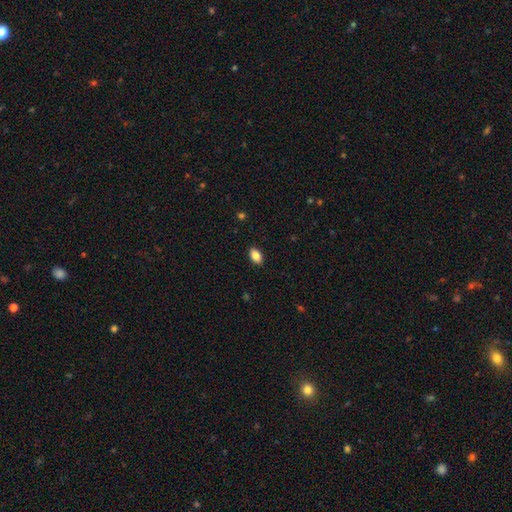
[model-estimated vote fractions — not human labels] Q: Smooth or featured?
A: smooth (86%); runner-up: star or artifact (8%)
Q: How rounded?
A: in between (88%); runner-up: round (10%)
Q: Merging?
A: none (89%); runner-up: minor disturbance (8%)